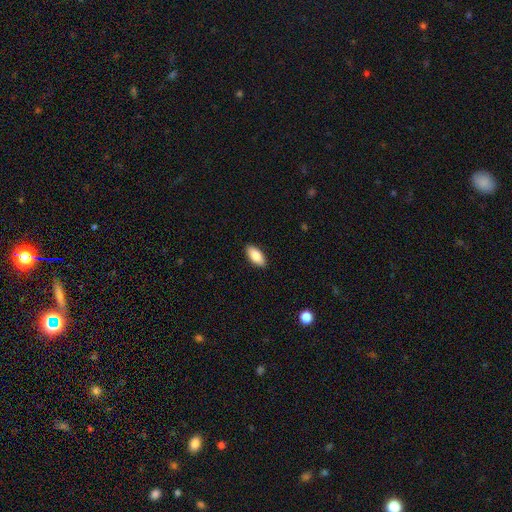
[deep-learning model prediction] Morphology: type=smooth (84%); roundness=in between (89%); merging=none (90%).